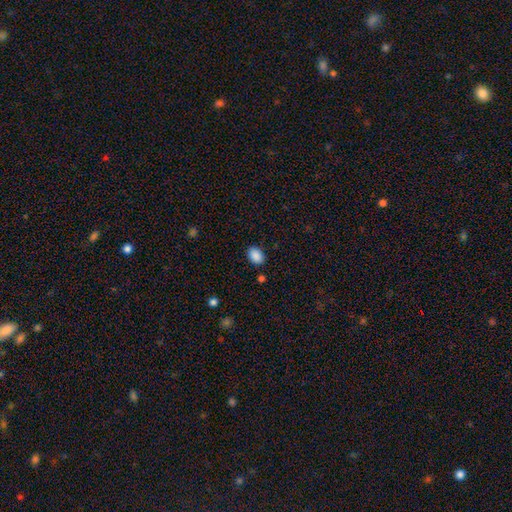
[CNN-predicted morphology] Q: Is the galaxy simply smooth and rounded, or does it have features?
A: smooth — 89%.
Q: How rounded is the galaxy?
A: in between — 77%.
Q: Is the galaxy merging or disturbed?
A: none — 86%.